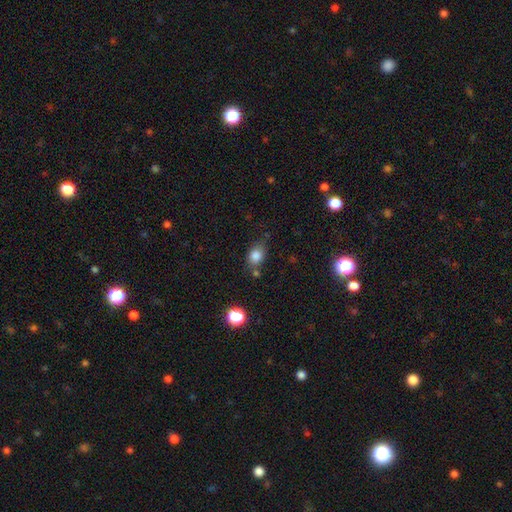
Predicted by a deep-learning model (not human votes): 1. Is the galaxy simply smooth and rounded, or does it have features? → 82% smooth, 11% star or artifact, 7% featured or disk.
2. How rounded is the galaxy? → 59% in between, 40% round, 2% cigar-shaped.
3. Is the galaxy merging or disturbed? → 61% none, 23% minor disturbance, 9% merger, 6% major disturbance.